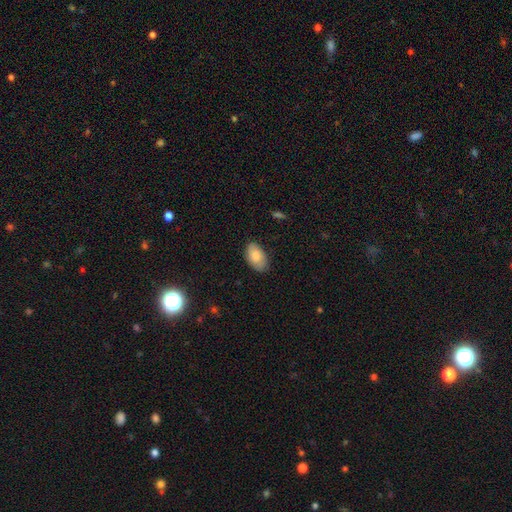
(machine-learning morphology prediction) A smooth galaxy with no disk features (79%) that is in between round and cigar-shaped (93%).

Vote fractions:
- Smooth or featured? smooth: 79% / featured or disk: 15% / star or artifact: 6%
- How rounded? in between: 93% / round: 5% / cigar-shaped: 1%
- Merging? none: 82% / minor disturbance: 14% / major disturbance: 3% / merger: 1%